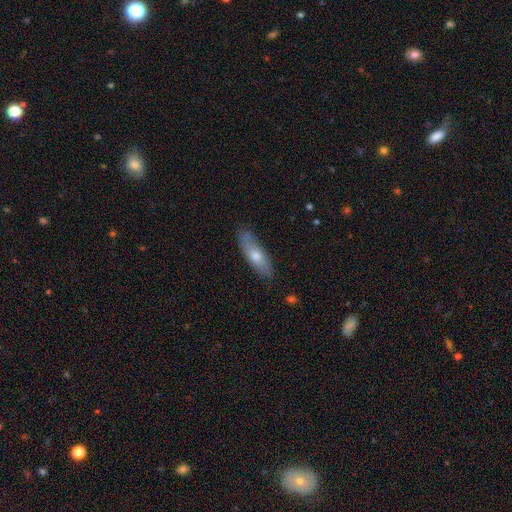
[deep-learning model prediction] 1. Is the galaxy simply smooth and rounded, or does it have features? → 58% smooth, 35% featured or disk, 7% star or artifact.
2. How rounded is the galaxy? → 54% cigar-shaped, 43% in between, 2% round.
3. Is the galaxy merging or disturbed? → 83% none, 14% minor disturbance, 2% major disturbance, 1% merger.